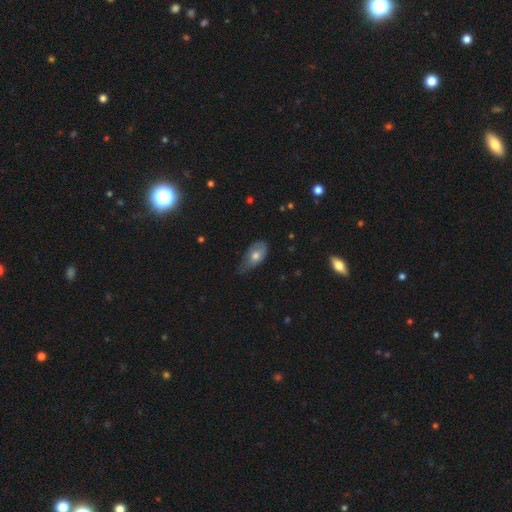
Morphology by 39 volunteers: A smooth galaxy with no disk features (64%) that is in between round and cigar-shaped (96%).

Vote fractions:
- Smooth or featured? smooth: 64% / featured or disk: 33% / star or artifact: 3%
- How rounded? in between: 96% / cigar-shaped: 4% / round: 0%
- Merging? minor disturbance: 68% / major disturbance: 21% / none: 11% / merger: 0%